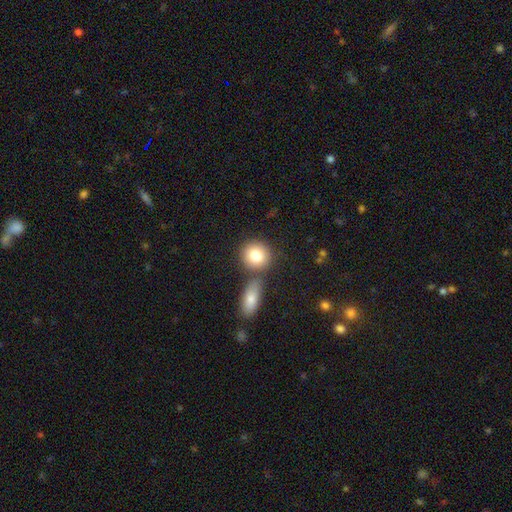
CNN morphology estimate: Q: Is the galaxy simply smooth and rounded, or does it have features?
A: smooth — 81%.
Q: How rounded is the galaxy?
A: round — 83%.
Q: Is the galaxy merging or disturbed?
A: none — 63%.